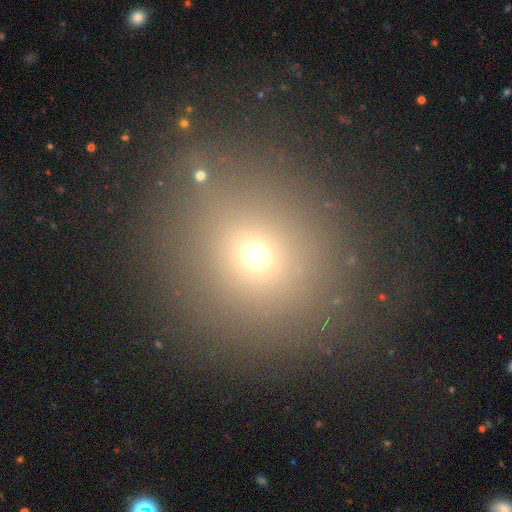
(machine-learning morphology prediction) Q: Smooth or featured?
A: smooth (65%); runner-up: star or artifact (24%)
Q: How rounded?
A: round (85%); runner-up: in between (14%)
Q: Merging?
A: none (83%); runner-up: minor disturbance (9%)